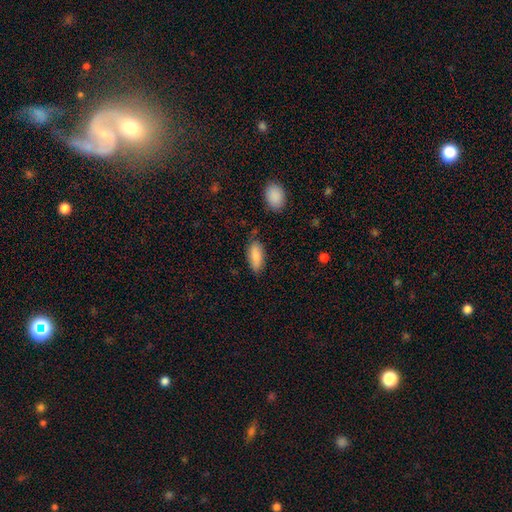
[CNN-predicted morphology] Smooth or featured?
  - smooth: 84% *
  - featured or disk: 10%
  - star or artifact: 6%
How rounded?
  - in between: 79% *
  - cigar-shaped: 18%
  - round: 2%
Merging?
  - none: 78% *
  - minor disturbance: 16%
  - major disturbance: 3%
  - merger: 3%